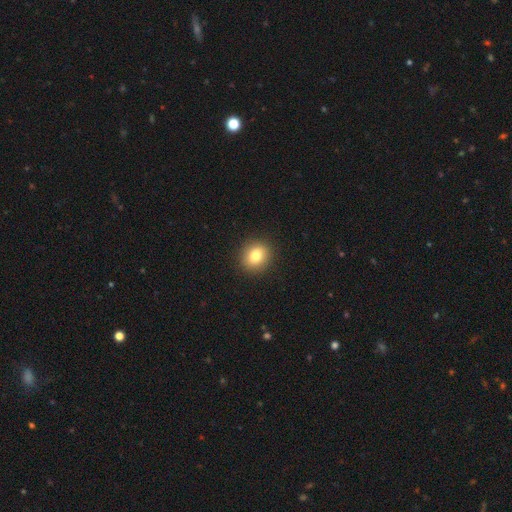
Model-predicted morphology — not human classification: Smooth or featured?
  - smooth: 81% *
  - star or artifact: 11%
  - featured or disk: 9%
How rounded?
  - round: 73% *
  - in between: 26%
  - cigar-shaped: 1%
Merging?
  - none: 91% *
  - minor disturbance: 6%
  - major disturbance: 2%
  - merger: 1%